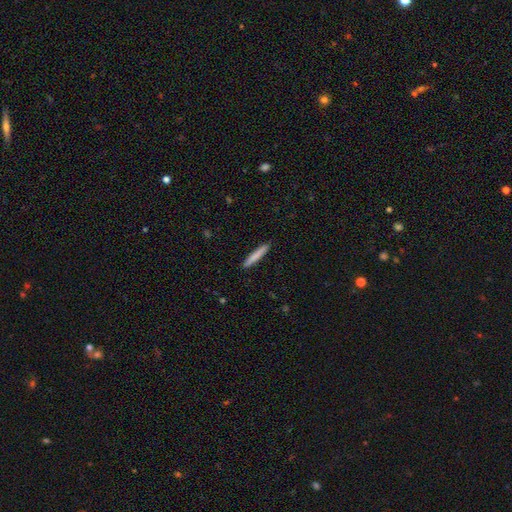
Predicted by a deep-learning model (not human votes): This appears to be a smooth galaxy with no disk features (79%) that is cigar-shaped (95%). Merging: none (91%).